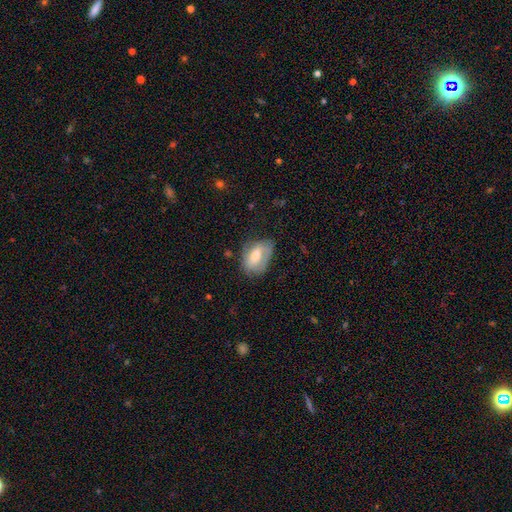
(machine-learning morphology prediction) Q: Smooth or featured?
A: smooth (54%); runner-up: featured or disk (40%)
Q: How rounded?
A: in between (86%); runner-up: round (12%)
Q: Merging?
A: none (55%); runner-up: minor disturbance (30%)